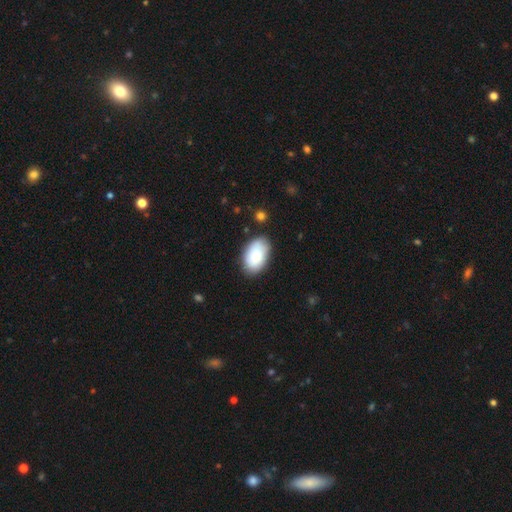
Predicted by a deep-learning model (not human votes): A smooth galaxy with no disk features (84%) that is in between round and cigar-shaped (93%). Merging: none (80%).